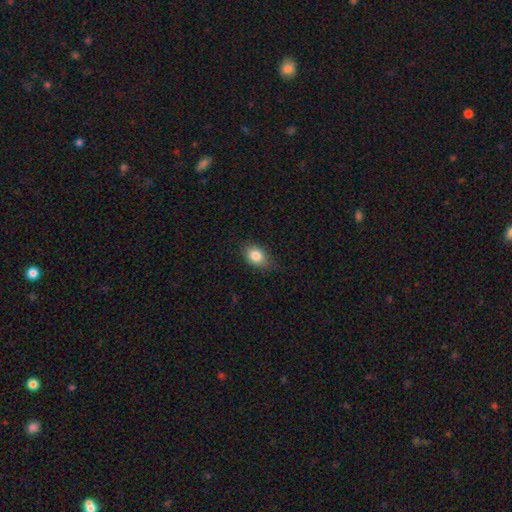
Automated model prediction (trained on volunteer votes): This is clearly a smooth galaxy (83%). How rounded: likely in between (74%). Merging: likely none (74%).